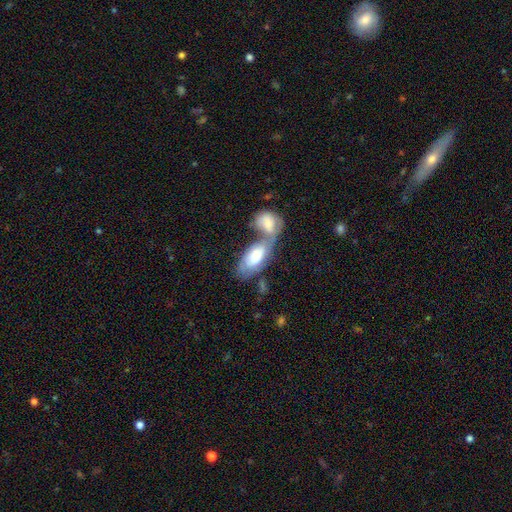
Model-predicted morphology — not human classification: The model was most divided on "smooth or featured": smooth: 58%, featured or disk: 36%, star or artifact: 6%. More confident: how rounded — in between (90%); merging — merger (69%).